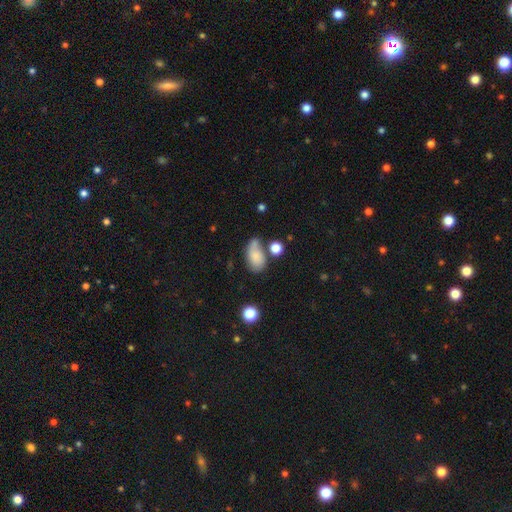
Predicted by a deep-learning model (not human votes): This appears to be a smooth galaxy with no disk features (76%) that is in between round and cigar-shaped (88%). Merging: none (41%).